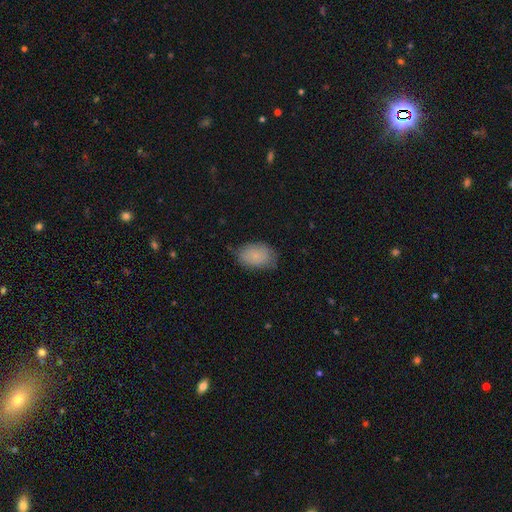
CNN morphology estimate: Smooth or featured? Predicted: smooth (p=0.80). How rounded? Predicted: in between (p=0.87). Merging? Predicted: none (p=0.70).